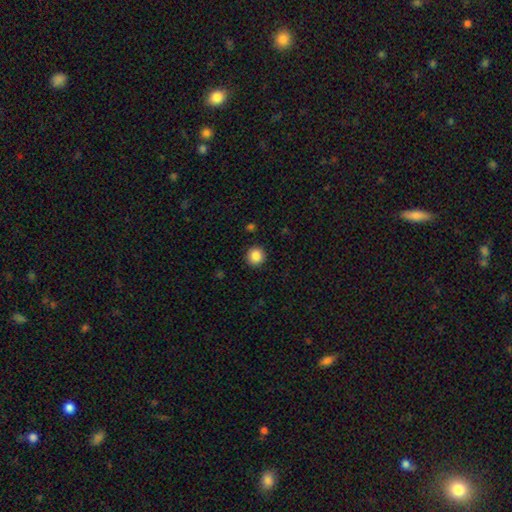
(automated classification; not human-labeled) Smooth or featured? smooth (86%)
How rounded? round (94%)
Merging? none (92%)